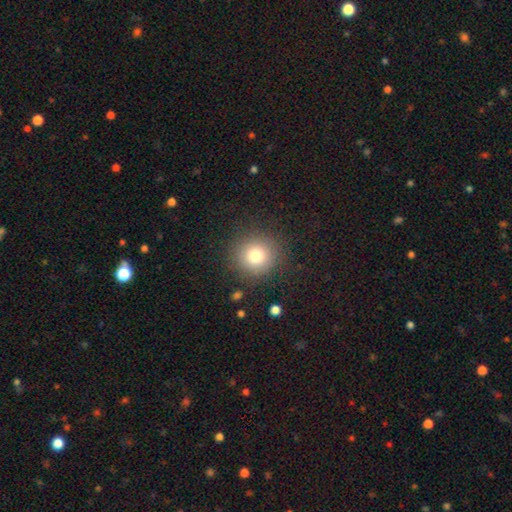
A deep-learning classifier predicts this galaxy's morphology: type=smooth (79%); roundness=round (93%); merging=none (86%).